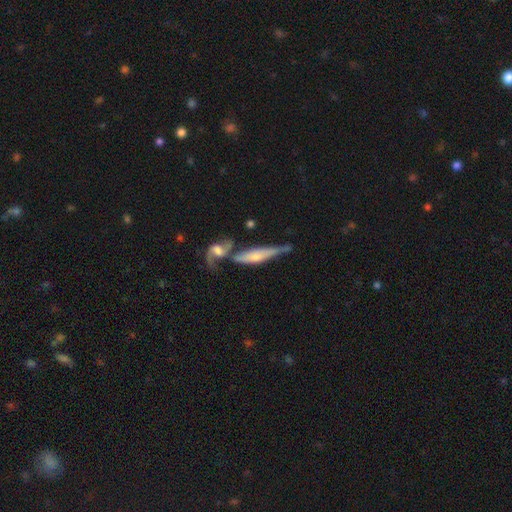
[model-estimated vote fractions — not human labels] Overall: featured or disk (60%; smooth 33%). Edge-on disk: yes (71%). Merging: merger (37%; none 35%).